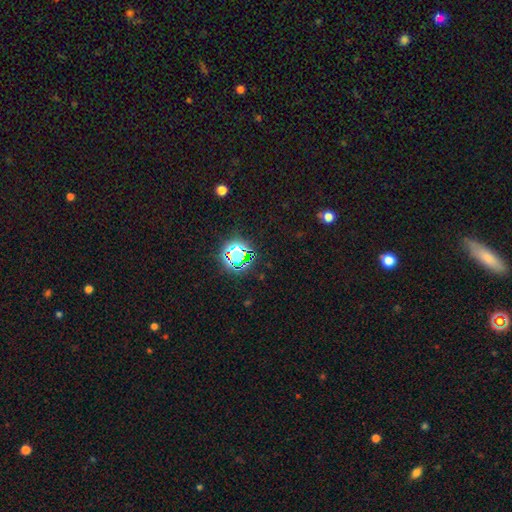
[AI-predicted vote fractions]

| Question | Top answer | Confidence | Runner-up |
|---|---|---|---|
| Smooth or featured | star or artifact | 79% | smooth (14%) |